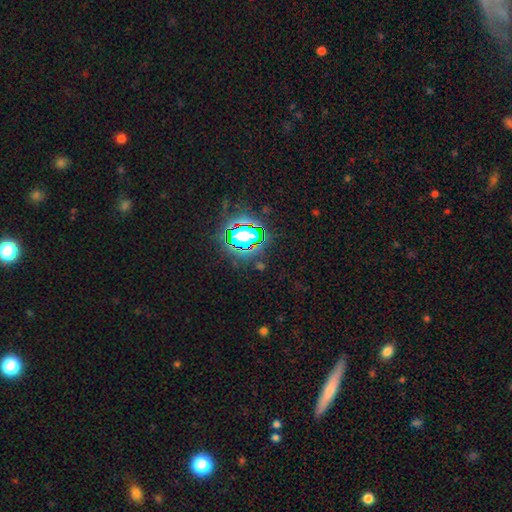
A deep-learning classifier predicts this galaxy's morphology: A star or artifact, not a galaxy (73%).

Vote fractions:
- Smooth or featured? star or artifact: 73% / smooth: 16% / featured or disk: 11%